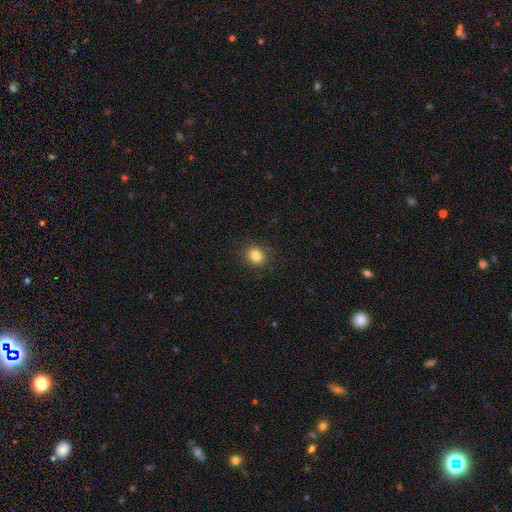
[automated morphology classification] A smooth galaxy with no disk features (83%) that is round (79%).

Vote fractions:
- Smooth or featured? smooth: 83% / star or artifact: 12% / featured or disk: 6%
- How rounded? round: 79% / in between: 20% / cigar-shaped: 1%
- Merging? none: 89% / minor disturbance: 7% / major disturbance: 2% / merger: 1%